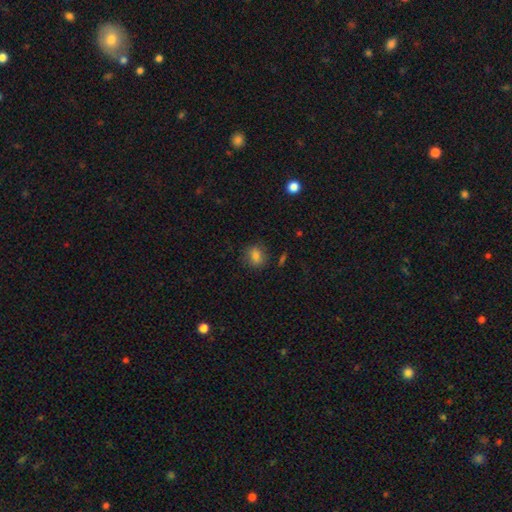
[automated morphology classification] Q: Smooth or featured?
A: smooth (82%); runner-up: star or artifact (11%)
Q: How rounded?
A: round (51%); runner-up: in between (47%)
Q: Merging?
A: none (80%); runner-up: minor disturbance (14%)